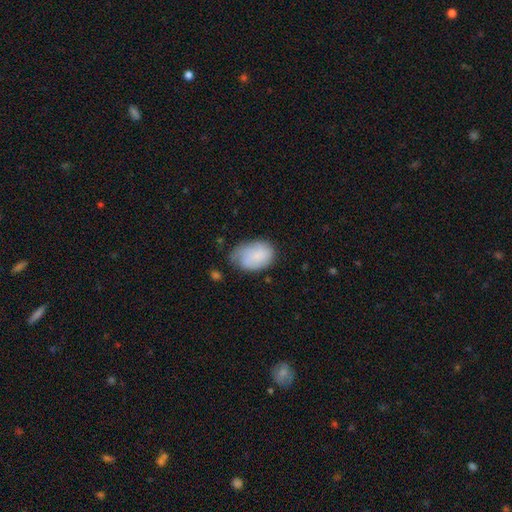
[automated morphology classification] Q: Smooth or featured?
A: smooth (76%); runner-up: featured or disk (17%)
Q: How rounded?
A: in between (82%); runner-up: round (17%)
Q: Merging?
A: none (47%); runner-up: minor disturbance (38%)